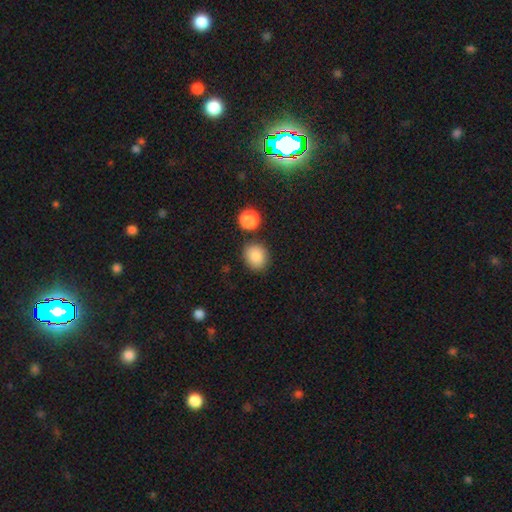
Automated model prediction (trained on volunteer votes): A smooth galaxy with no disk features (86%) that is round (69%).

Vote fractions:
- Smooth or featured? smooth: 86% / star or artifact: 9% / featured or disk: 5%
- How rounded? round: 69% / in between: 30% / cigar-shaped: 1%
- Merging? none: 79% / minor disturbance: 11% / merger: 6% / major disturbance: 3%